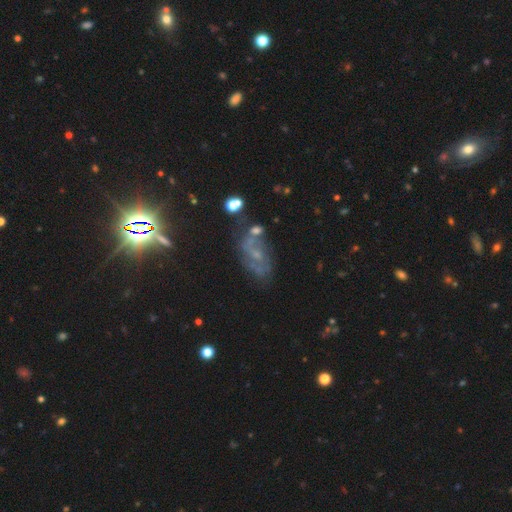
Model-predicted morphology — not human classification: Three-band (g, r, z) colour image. It shows a featured or disk galaxy (55%) with no bar (59%), spiral arms (58%) and a small central bulge (50%). Merging: none (46%).